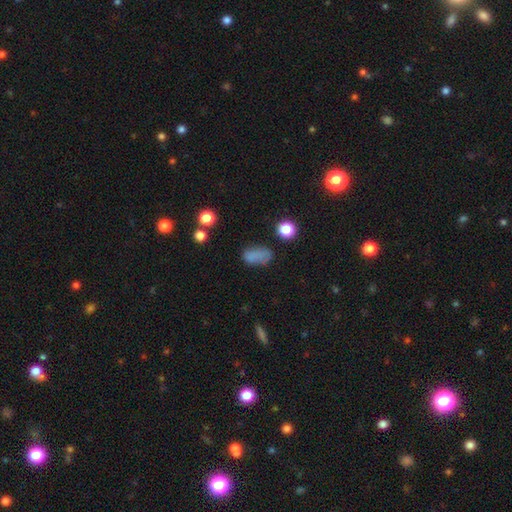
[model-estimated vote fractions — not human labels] The model was most divided on "merging": none: 60%, minor disturbance: 24%, major disturbance: 12%, merger: 4%. More confident: how rounded — in between (88%); smooth or featured — smooth (75%).